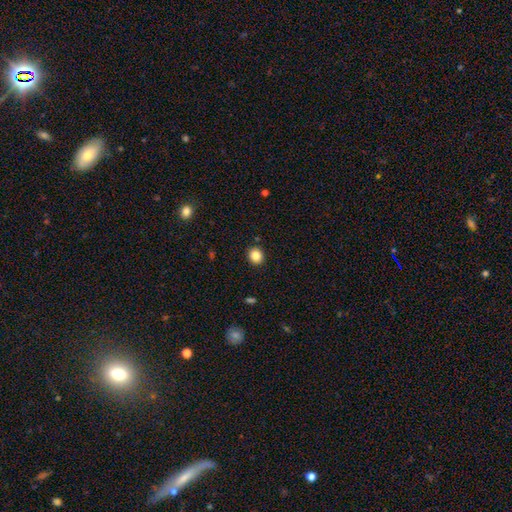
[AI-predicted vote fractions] smooth 84%, star or artifact 10%, featured or disk 5%. Down the decision tree: how rounded — round (79%); merging — none (91%).